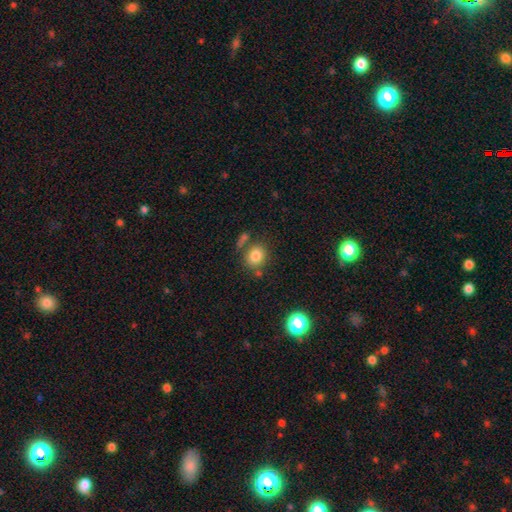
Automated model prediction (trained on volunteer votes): This appears to be a smooth galaxy with no disk features (81%) that is round (71%). Merging: none (69%).